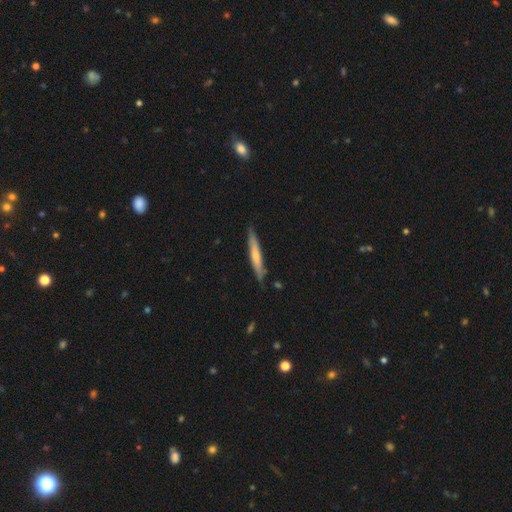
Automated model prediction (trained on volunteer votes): Q: Smooth or featured?
A: smooth (57%); runner-up: featured or disk (38%)
Q: How rounded?
A: cigar-shaped (94%); runner-up: in between (5%)
Q: Merging?
A: none (82%); runner-up: minor disturbance (14%)